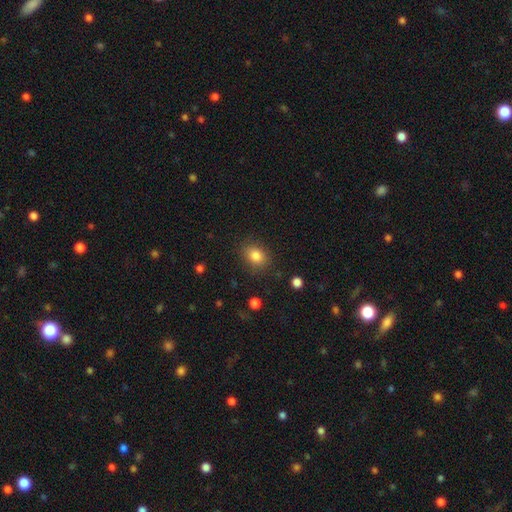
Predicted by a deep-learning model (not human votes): Overall: smooth (84%). How rounded: in between (58%; round 41%). Merging: none (83%).